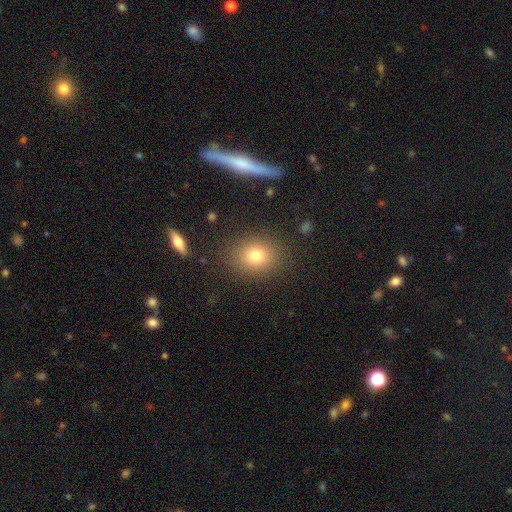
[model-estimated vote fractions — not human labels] This appears to be a smooth galaxy with no disk features (77%) that is round (60%). Merging: none (86%).